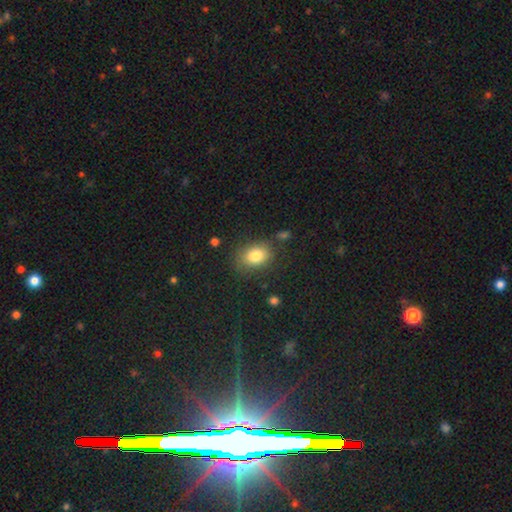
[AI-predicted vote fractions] Smooth or featured?
  - smooth: 82% *
  - star or artifact: 10%
  - featured or disk: 9%
How rounded?
  - in between: 66% *
  - round: 33%
  - cigar-shaped: 1%
Merging?
  - none: 77% *
  - minor disturbance: 15%
  - major disturbance: 5%
  - merger: 3%